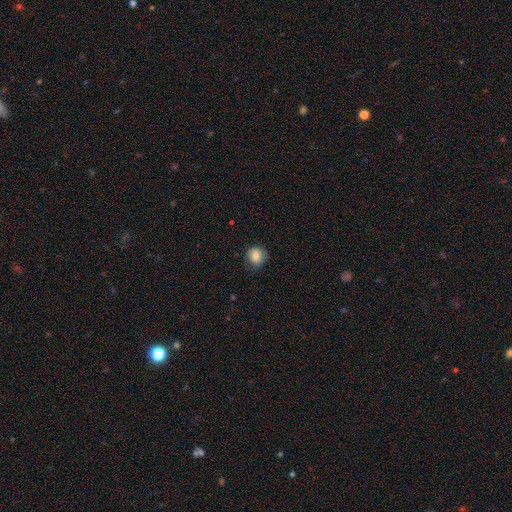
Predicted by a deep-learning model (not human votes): smooth-or-featured: smooth: 80% | featured or disk: 11% | star or artifact: 9%
  how-rounded: round: 85% | in between: 14% | cigar-shaped: 1%
  merging: none: 73% | minor disturbance: 20% | major disturbance: 5% | merger: 1%